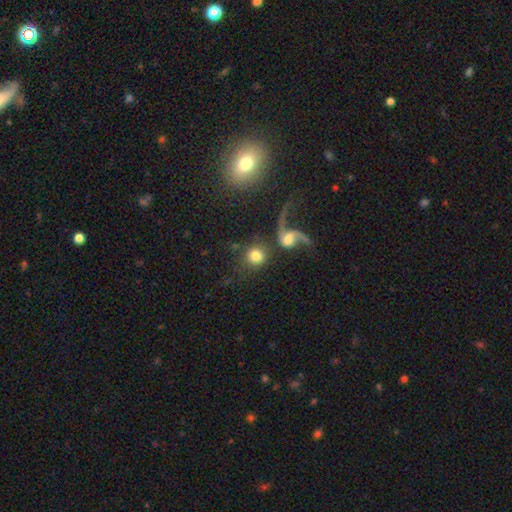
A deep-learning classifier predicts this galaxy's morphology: Smooth or featured?
  - smooth: 73% *
  - featured or disk: 18%
  - star or artifact: 9%
How rounded?
  - round: 90% *
  - in between: 9%
  - cigar-shaped: 1%
Merging?
  - none: 51% *
  - merger: 28%
  - major disturbance: 11%
  - minor disturbance: 10%